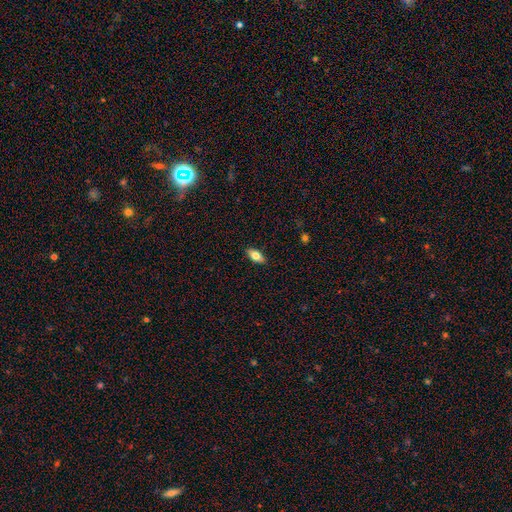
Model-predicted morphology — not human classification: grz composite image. It shows a smooth galaxy with no disk features (75%) that is in between round and cigar-shaped (88%). Merging: none (88%).